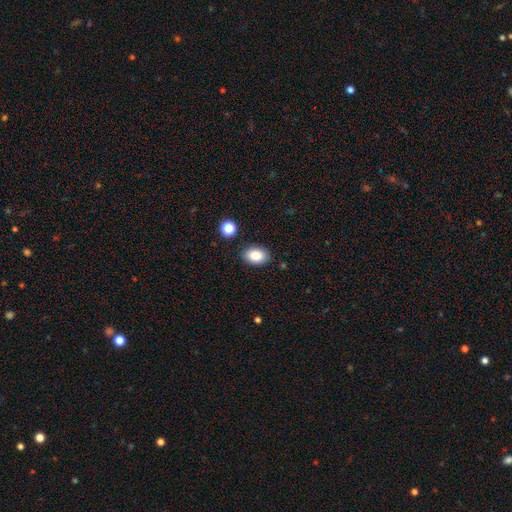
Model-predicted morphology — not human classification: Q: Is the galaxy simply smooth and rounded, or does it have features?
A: smooth — 86%.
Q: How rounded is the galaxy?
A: in between — 82%.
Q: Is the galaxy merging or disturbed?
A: none — 86%.